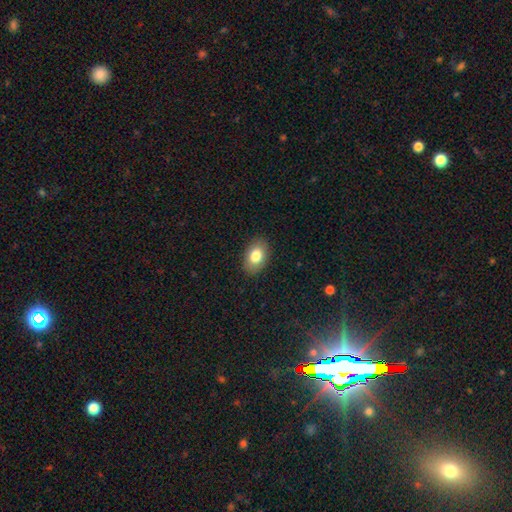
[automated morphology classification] type=smooth (81%); roundness=in between (86%); merging=none (88%).